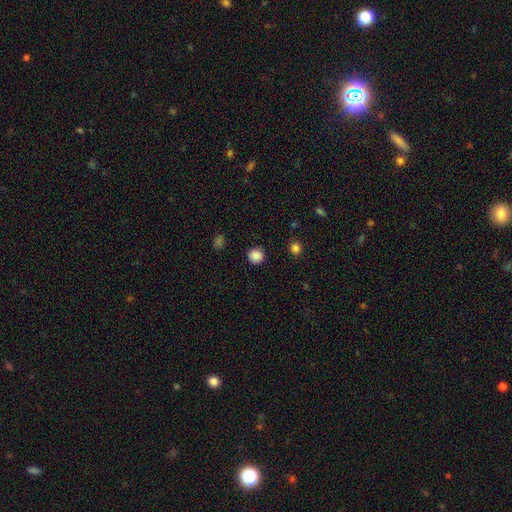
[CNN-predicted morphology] smooth-or-featured: smooth: 87% | star or artifact: 11% | featured or disk: 3%
  how-rounded: round: 94% | in between: 5% | cigar-shaped: 1%
  merging: none: 92% | minor disturbance: 5% | major disturbance: 2% | merger: 1%